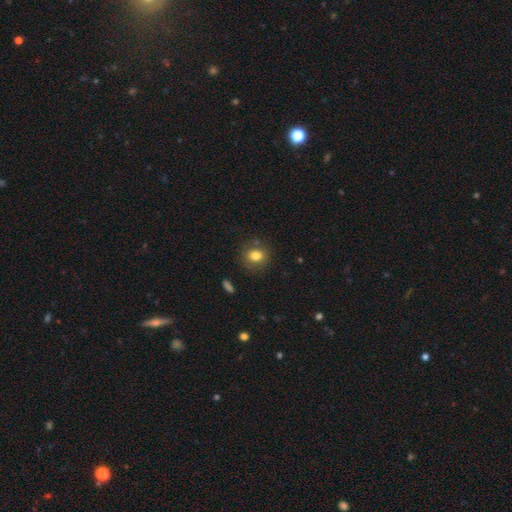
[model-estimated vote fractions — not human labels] This appears to be a smooth galaxy with no disk features (80%) that is round (70%). Merging: none (81%).